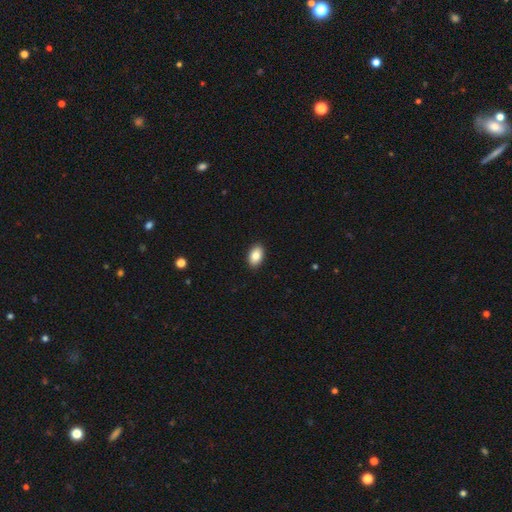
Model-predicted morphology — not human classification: smooth-or-featured: smooth: 85% | star or artifact: 8% | featured or disk: 7%
  how-rounded: in between: 91% | round: 7% | cigar-shaped: 1%
  merging: none: 91% | minor disturbance: 7% | major disturbance: 2% | merger: 1%